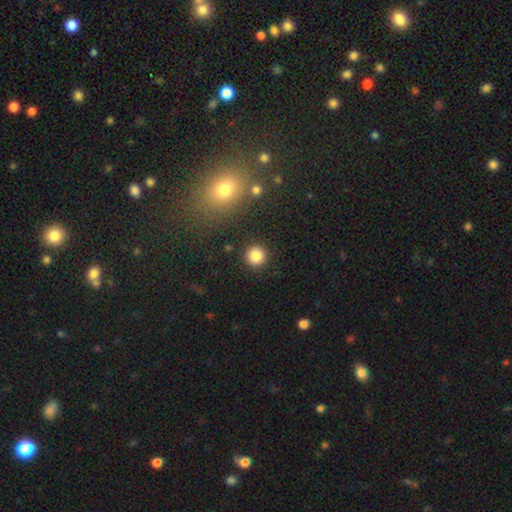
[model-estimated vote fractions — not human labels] A smooth galaxy with no disk features (85%) that is round (94%).

Vote fractions:
- Smooth or featured? smooth: 85% / star or artifact: 11% / featured or disk: 4%
- How rounded? round: 94% / in between: 5% / cigar-shaped: 1%
- Merging? none: 90% / minor disturbance: 6% / major disturbance: 2% / merger: 2%